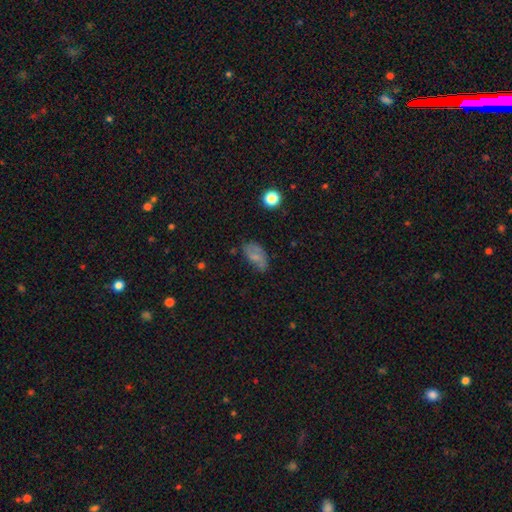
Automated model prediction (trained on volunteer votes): Overall: smooth (61%; featured or disk 28%). How rounded: in between (91%). Merging: none (61%; minor disturbance 27%).